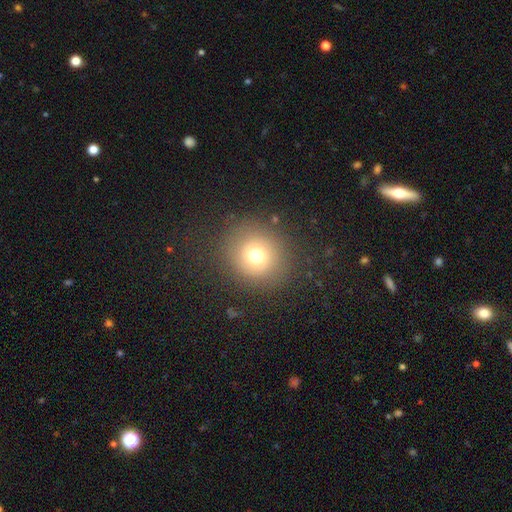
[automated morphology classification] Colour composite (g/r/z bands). It shows a smooth galaxy with no disk features (70%) that is round (88%). Merging: none (82%).